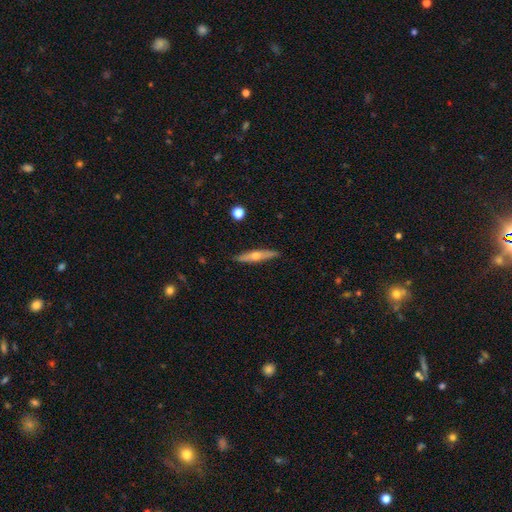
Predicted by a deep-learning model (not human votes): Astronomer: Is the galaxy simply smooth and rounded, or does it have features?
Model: featured or disk — 63%.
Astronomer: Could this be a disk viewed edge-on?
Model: yes — 95%.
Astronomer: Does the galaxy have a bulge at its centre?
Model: rounded — 92%.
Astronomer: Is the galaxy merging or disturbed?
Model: none — 90%.